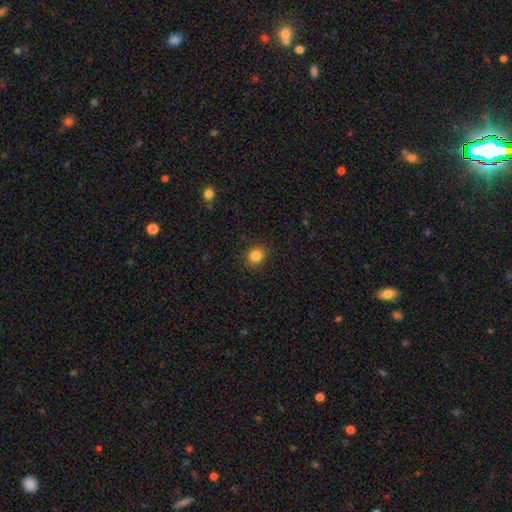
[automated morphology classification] This appears to be a smooth galaxy with no disk features (84%) that is round (77%). Merging: none (89%).